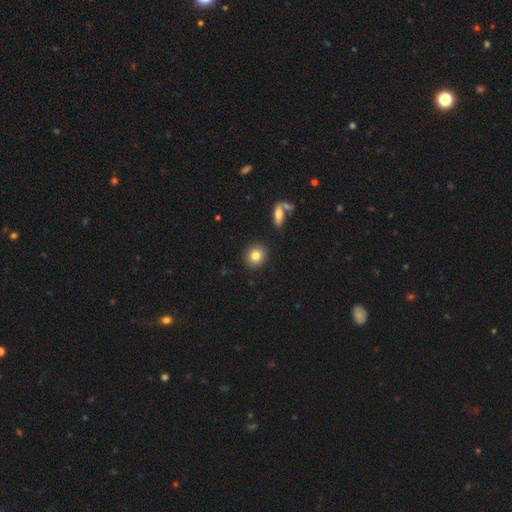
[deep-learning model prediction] Morphology: type=smooth (81%); roundness=round (79%); merging=none (88%).